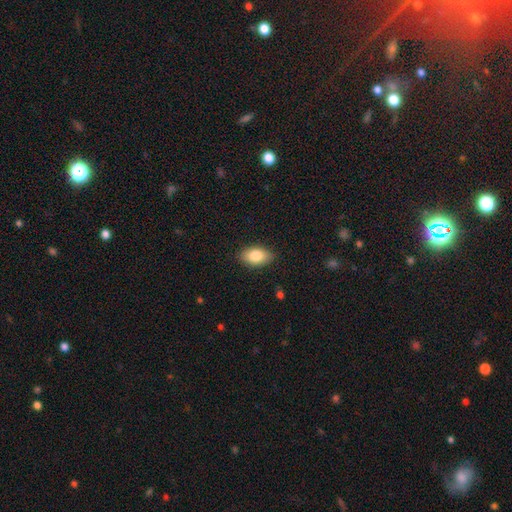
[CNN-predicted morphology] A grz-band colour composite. It shows a smooth galaxy with no disk features (83%) that is in between round and cigar-shaped (91%). Merging: none (87%).